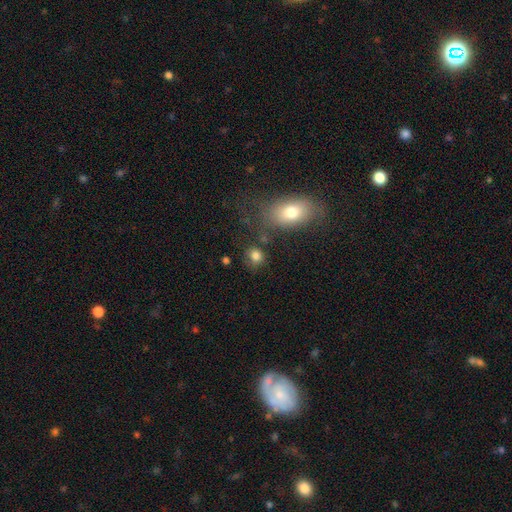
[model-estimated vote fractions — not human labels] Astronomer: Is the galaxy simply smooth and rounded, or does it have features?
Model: smooth — 81%.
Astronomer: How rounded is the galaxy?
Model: round — 74%.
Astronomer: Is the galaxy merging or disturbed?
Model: none — 67%.